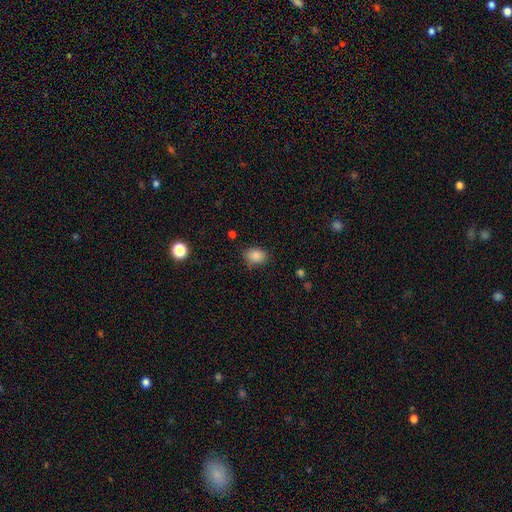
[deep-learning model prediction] This appears to be a smooth galaxy with no disk features (87%) that is in between round and cigar-shaped (72%). Merging: none (77%).